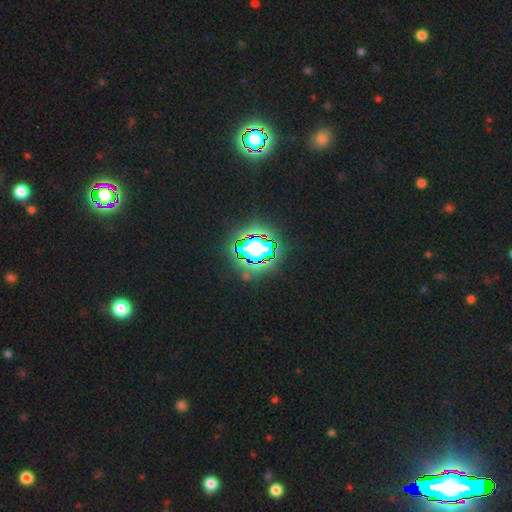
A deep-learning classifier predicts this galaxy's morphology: Smooth or featured? star or artifact (82%)